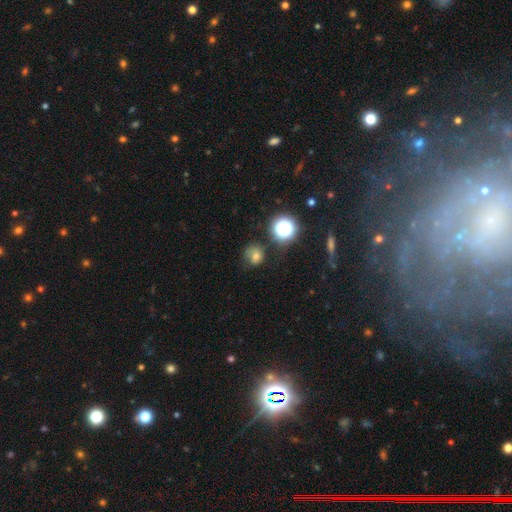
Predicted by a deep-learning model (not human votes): Smooth or featured? Predicted: smooth (p=0.61). How rounded? Predicted: round (p=0.71). Merging? Predicted: none (p=0.51).